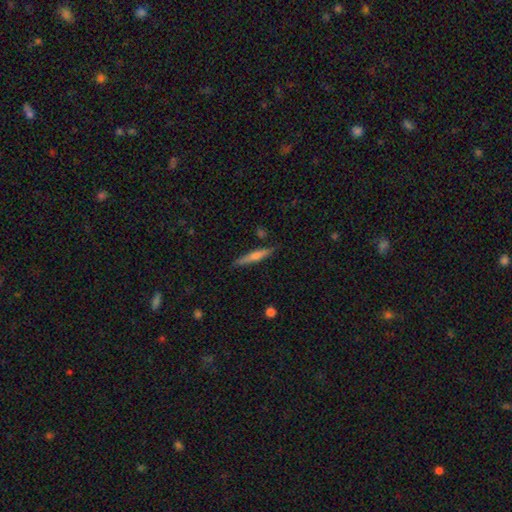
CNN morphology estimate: The model was most divided on "smooth or featured": featured or disk: 48%, smooth: 45%, star or artifact: 7%. More confident: merging — none (87%).